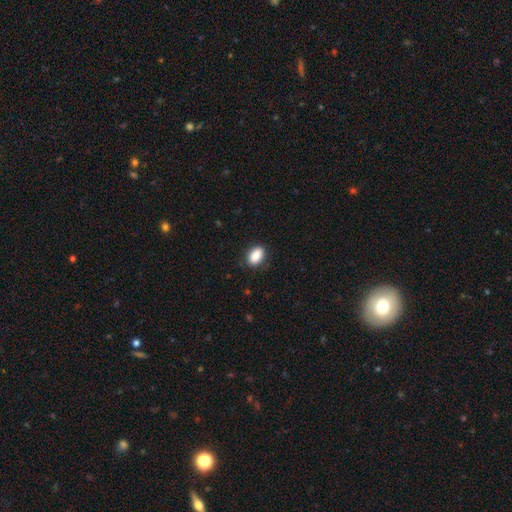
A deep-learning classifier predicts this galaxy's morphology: The model was most divided on "merging": none: 83%, minor disturbance: 13%, major disturbance: 3%, merger: 1%. More confident: smooth or featured — smooth (88%); how rounded — in between (87%).